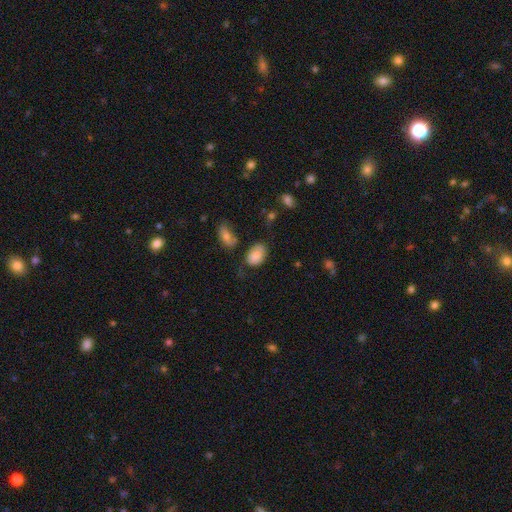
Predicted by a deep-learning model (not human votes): A smooth galaxy with no disk features (81%) that is in between round and cigar-shaped (85%). Merging: none (58%).